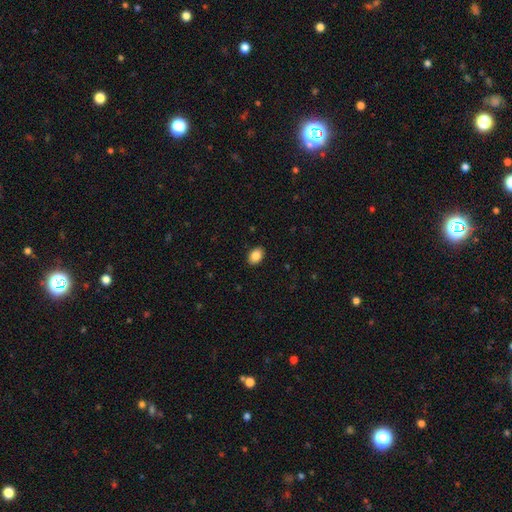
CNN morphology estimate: This is clearly a smooth galaxy (87%). How rounded: clearly in between (82%). Merging: clearly none (90%).